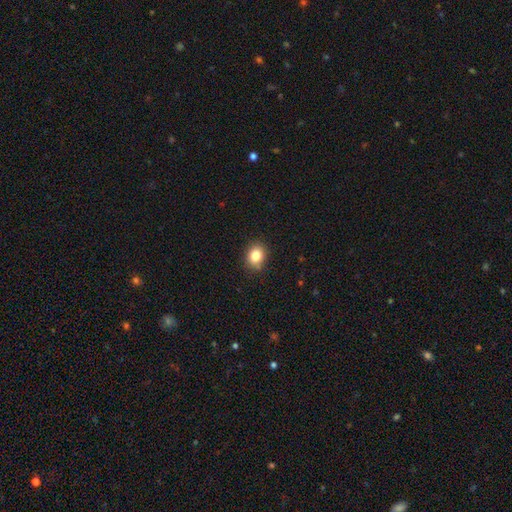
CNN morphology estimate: smooth 84%, star or artifact 10%, featured or disk 6%. Down the decision tree: how rounded — round (53%); merging — none (82%).